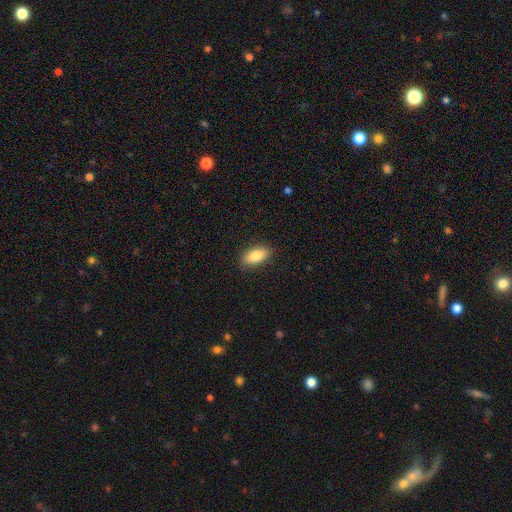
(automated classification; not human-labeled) This is clearly a smooth galaxy (86%). How rounded: clearly in between (87%). Merging: clearly none (88%).